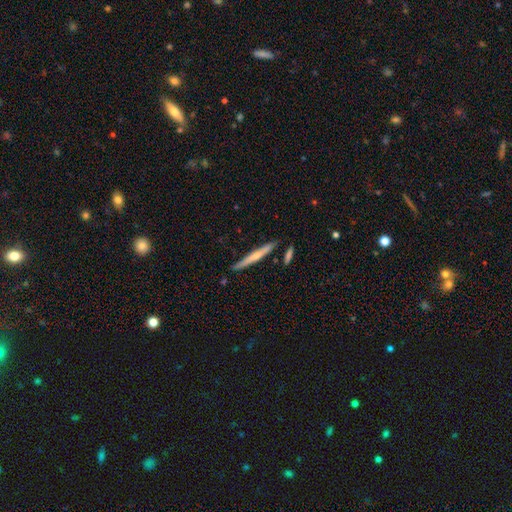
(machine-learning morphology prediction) smooth-or-featured: featured or disk: 49% | smooth: 46% | star or artifact: 6%
  merging: none: 83% | minor disturbance: 11% | merger: 4% | major disturbance: 2%